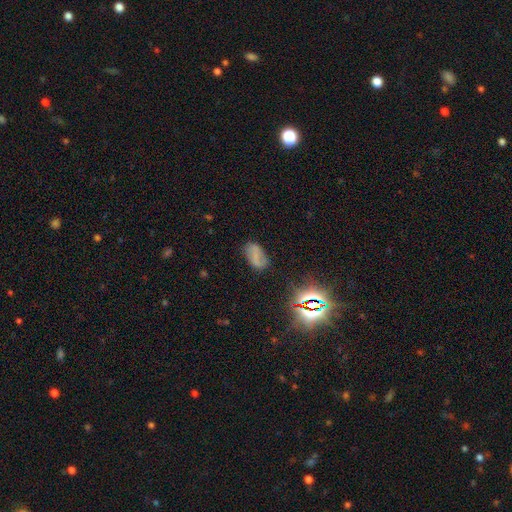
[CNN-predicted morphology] smooth_or_featured: smooth (p=0.51) [alt: featured or disk p=0.30]
how_rounded: in between (p=0.91) [alt: round p=0.06]
merging: none (p=0.68) [alt: minor disturbance p=0.21]